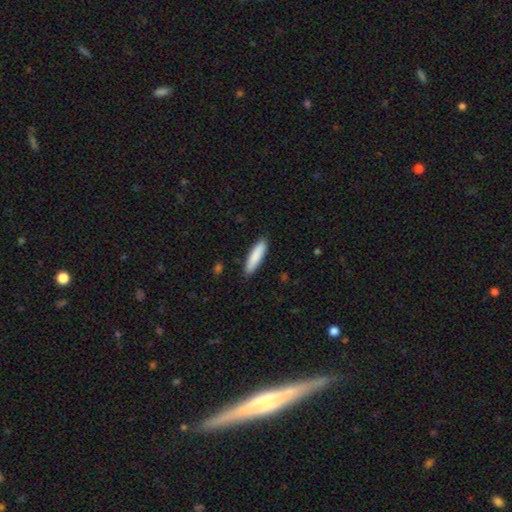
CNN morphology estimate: This is clearly a smooth galaxy (87%). How rounded: likely cigar-shaped (70%). Merging: clearly none (86%).